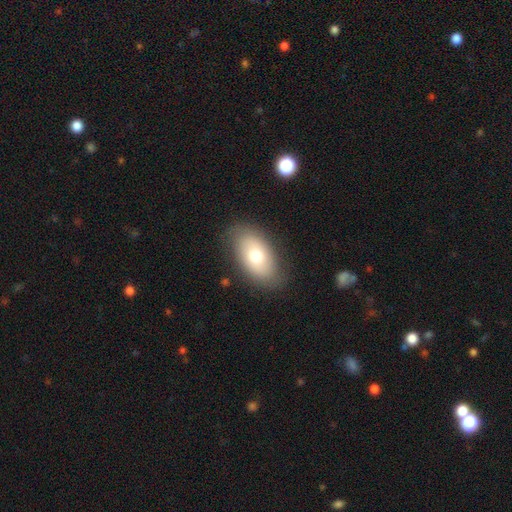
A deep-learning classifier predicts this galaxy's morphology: Smooth or featured?
  - smooth: 68% *
  - featured or disk: 24%
  - star or artifact: 7%
How rounded?
  - in between: 92% *
  - round: 6%
  - cigar-shaped: 2%
Merging?
  - none: 82% *
  - minor disturbance: 13%
  - major disturbance: 4%
  - merger: 1%